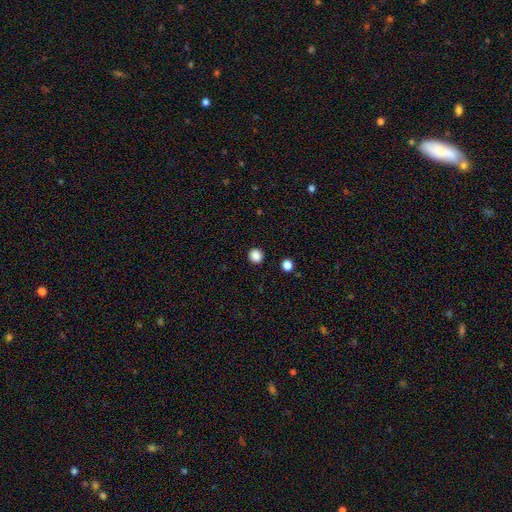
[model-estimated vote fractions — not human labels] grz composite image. It shows a smooth galaxy with no disk features (87%) that is round (94%). Merging: none (93%).